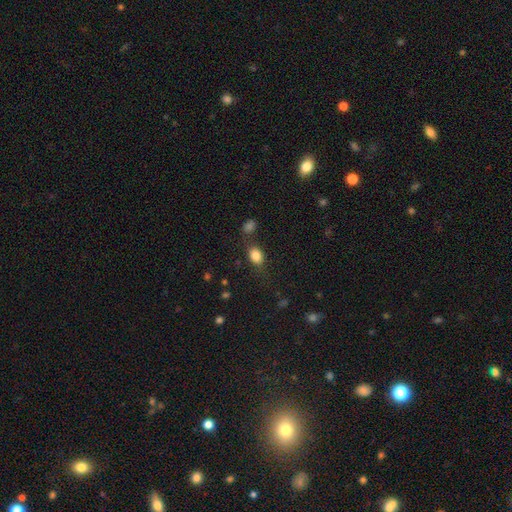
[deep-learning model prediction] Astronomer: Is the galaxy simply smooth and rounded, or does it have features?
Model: smooth — 84%.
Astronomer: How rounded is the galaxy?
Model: in between — 73%.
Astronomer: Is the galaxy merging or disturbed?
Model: none — 71%.